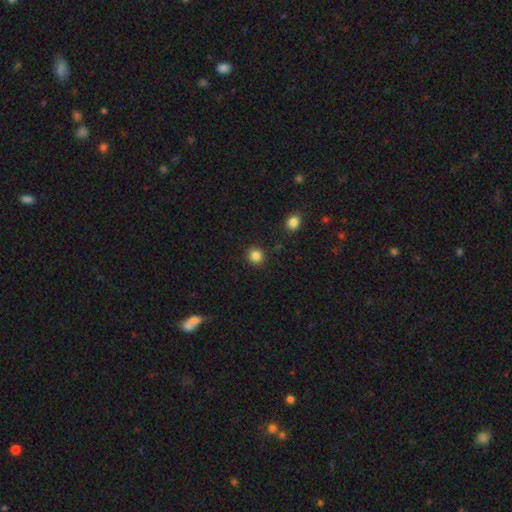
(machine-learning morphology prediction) This is clearly a smooth galaxy (85%). How rounded: clearly round (91%). Merging: clearly none (90%).